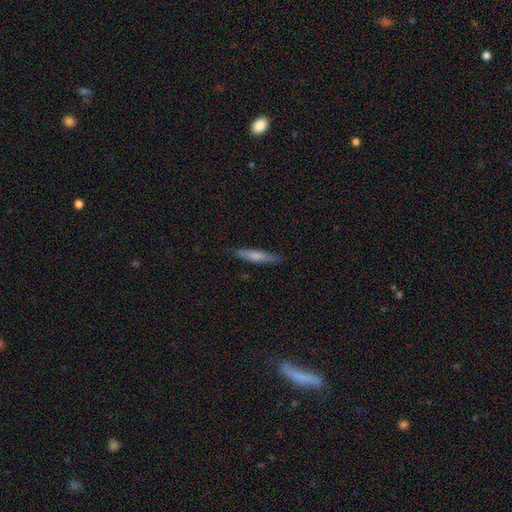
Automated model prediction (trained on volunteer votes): Q: Smooth or featured?
A: smooth (66%); runner-up: featured or disk (28%)
Q: How rounded?
A: cigar-shaped (91%); runner-up: in between (7%)
Q: Merging?
A: none (87%); runner-up: minor disturbance (10%)